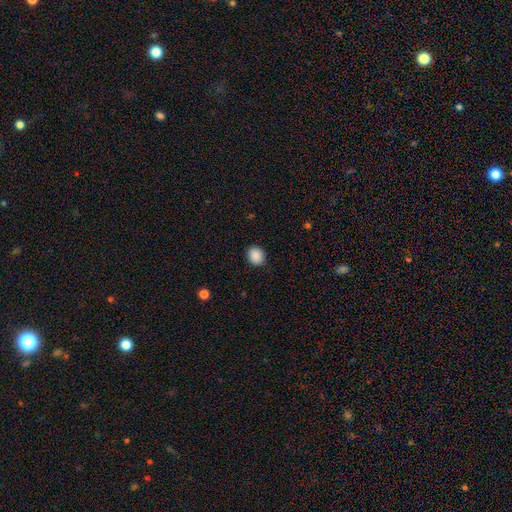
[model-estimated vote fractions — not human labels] Smooth or featured?
  - smooth: 89% *
  - star or artifact: 8%
  - featured or disk: 3%
How rounded?
  - round: 61% *
  - in between: 38%
  - cigar-shaped: 1%
Merging?
  - none: 89% *
  - minor disturbance: 8%
  - major disturbance: 2%
  - merger: 1%